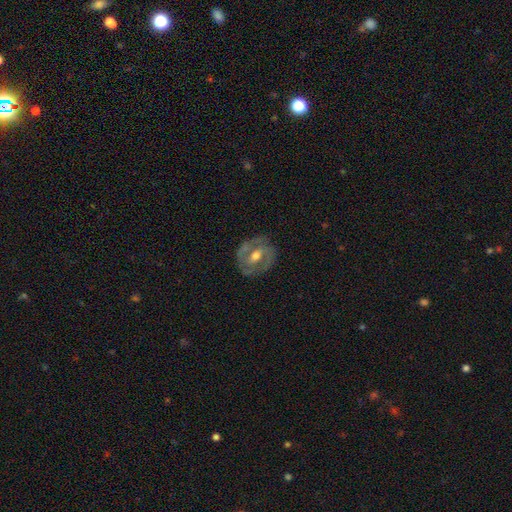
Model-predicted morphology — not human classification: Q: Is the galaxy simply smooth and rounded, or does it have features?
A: featured or disk — 76%.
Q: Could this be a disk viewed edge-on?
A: no — 96%.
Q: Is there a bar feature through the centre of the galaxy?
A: weak — 44%.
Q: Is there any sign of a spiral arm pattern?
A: yes — 79%.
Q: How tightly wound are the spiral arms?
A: tight — 45%.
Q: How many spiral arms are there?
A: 2 — 77%.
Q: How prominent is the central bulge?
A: moderate — 74%.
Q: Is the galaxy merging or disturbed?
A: none — 79%.